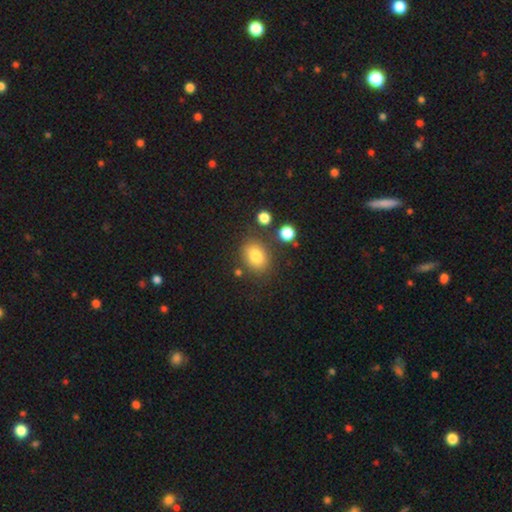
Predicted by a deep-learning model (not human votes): The model was most divided on "how rounded": in between: 57%, round: 42%, cigar-shaped: 1%. More confident: smooth or featured — smooth (79%); merging — none (76%).